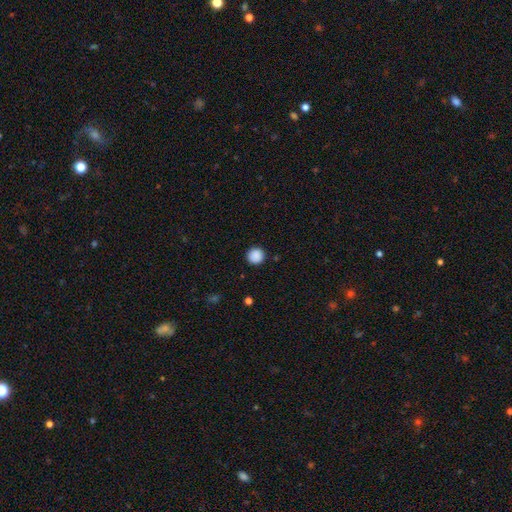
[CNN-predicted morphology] Smooth or featured?
  - smooth: 88% *
  - star or artifact: 9%
  - featured or disk: 2%
How rounded?
  - round: 94% *
  - in between: 5%
  - cigar-shaped: 1%
Merging?
  - none: 90% *
  - minor disturbance: 7%
  - major disturbance: 2%
  - merger: 1%